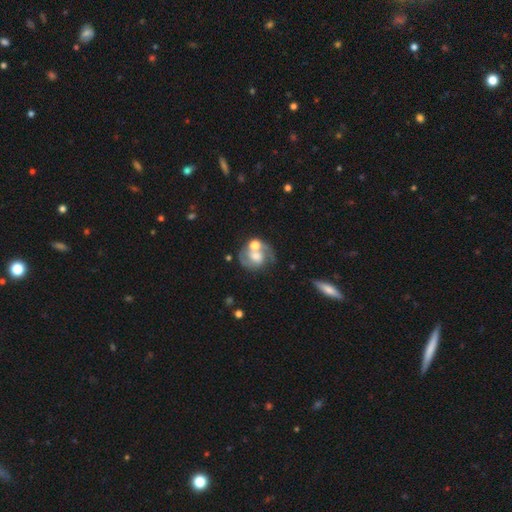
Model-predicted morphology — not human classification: A featured or disk galaxy (74%) with no bar (56%), 2 (76%) medium (48%) spiral arms (89%) and a moderate central bulge (44%).

Vote fractions:
- Smooth or featured? featured or disk: 74% / smooth: 18% / star or artifact: 8%
- Edge-on disk? no: 98% / yes: 2%
- Bar? no: 56% / weak: 34% / strong: 10%
- Spiral arms? yes: 89% / no: 11%
- Spiral winding? medium: 48% / tight: 34% / loose: 18%
- Spiral arm count? 2: 76% / 1: 14% / can't tell: 7% / 3: 2% / 4: 1% / more than 4: 1%
- Bulge size? moderate: 44% / small: 22% / large: 21% / none: 10% / dominant: 3%
- Merging? none: 49% / merger: 25% / minor disturbance: 16% / major disturbance: 10%